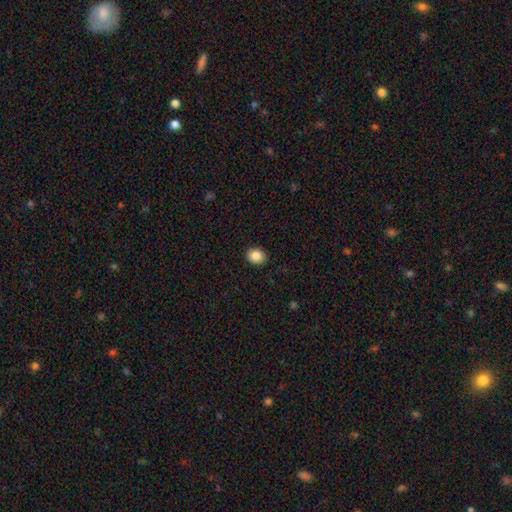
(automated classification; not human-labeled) The model was most divided on "how rounded": round: 54%, in between: 45%, cigar-shaped: 1%. More confident: merging — none (91%); smooth or featured — smooth (85%).